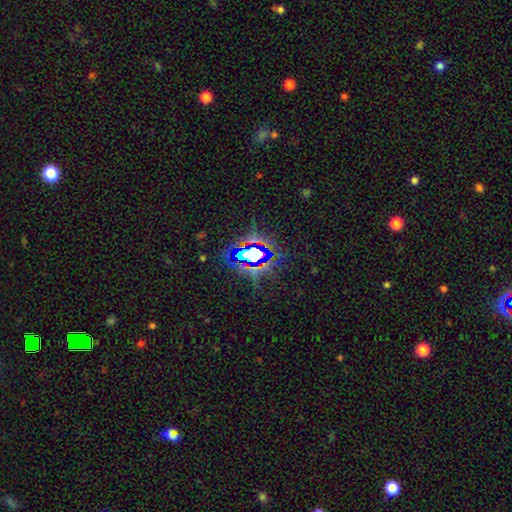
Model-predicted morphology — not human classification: smooth_or_featured: star or artifact (p=0.74) [alt: smooth p=0.13]